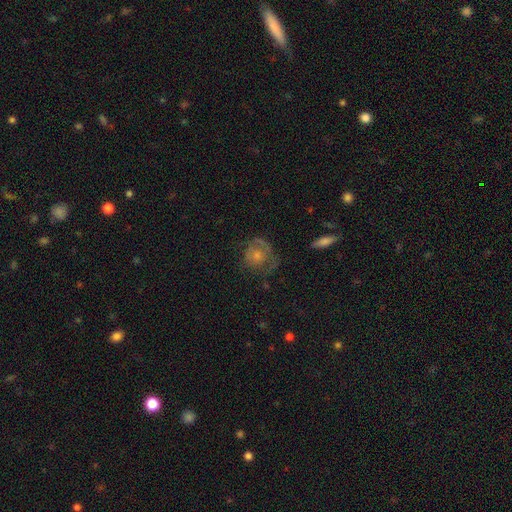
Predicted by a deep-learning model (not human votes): smooth-or-featured: featured or disk: 56% | smooth: 30% | star or artifact: 14%
  disk-edge-on: no: 95% | yes: 5%
    bar: no: 84% | weak: 13% | strong: 3%
    has-spiral-arms: yes: 64% | no: 36%
    bulge-size: moderate: 47% | small: 37% | large: 8% | none: 7% | dominant: 2%
  merging: none: 62% | minor disturbance: 19% | major disturbance: 17% | merger: 2%